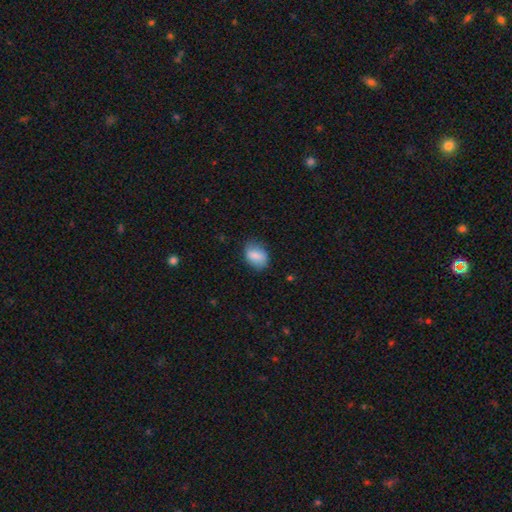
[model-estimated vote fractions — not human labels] Smooth or featured? smooth (80%)
How rounded? in between (73%)
Merging? none (70%)